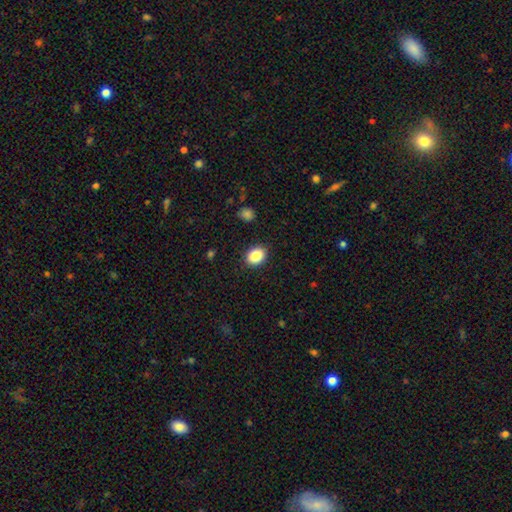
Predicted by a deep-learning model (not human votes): This is clearly a smooth galaxy (86%). How rounded: likely in between (61%). Merging: clearly none (89%).